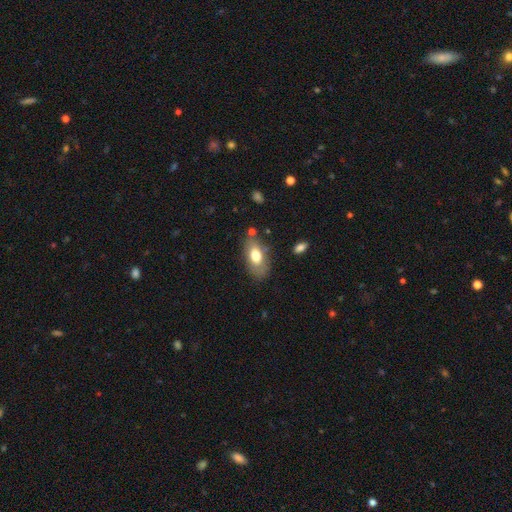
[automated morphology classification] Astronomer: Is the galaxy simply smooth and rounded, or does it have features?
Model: smooth — 72%.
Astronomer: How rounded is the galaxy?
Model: in between — 90%.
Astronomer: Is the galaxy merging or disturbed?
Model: none — 72%.